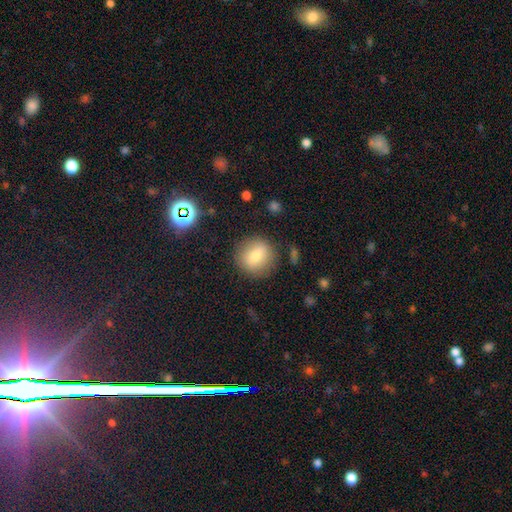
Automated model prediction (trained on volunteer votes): This appears to be a smooth galaxy with no disk features (73%) that is round (90%). Merging: none (84%).